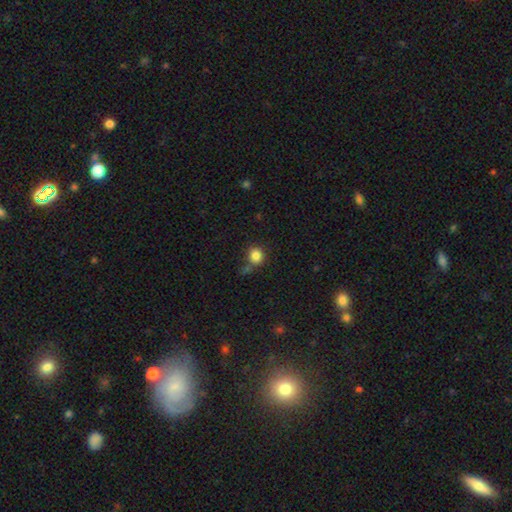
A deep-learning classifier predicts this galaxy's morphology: The model was most divided on "merging": none: 71%, minor disturbance: 13%, merger: 12%, major disturbance: 4%. More confident: how rounded — round (85%); smooth or featured — smooth (84%).